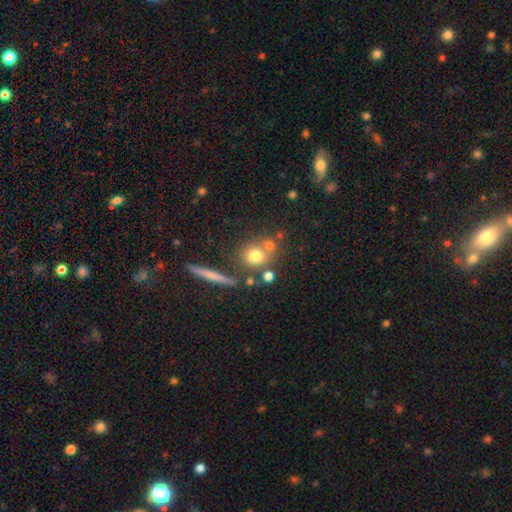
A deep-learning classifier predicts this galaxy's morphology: Smooth or featured: smooth — 70% (featured or disk — 16%)
How rounded: round — 73% (in between — 21%)
Merging: none — 62% (merger — 21%)